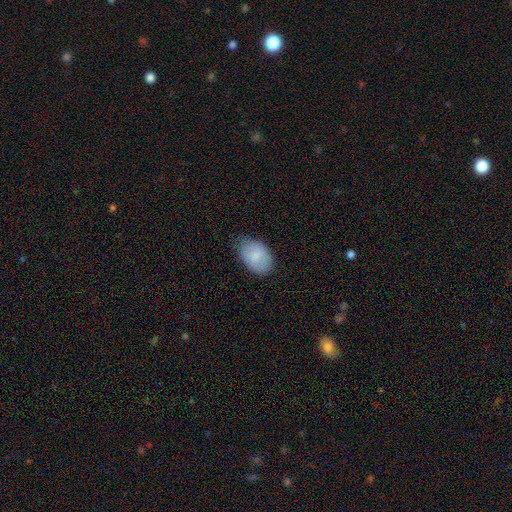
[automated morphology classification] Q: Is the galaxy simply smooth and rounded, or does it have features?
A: smooth — 84%.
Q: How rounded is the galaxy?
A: in between — 89%.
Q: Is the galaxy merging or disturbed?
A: none — 71%.